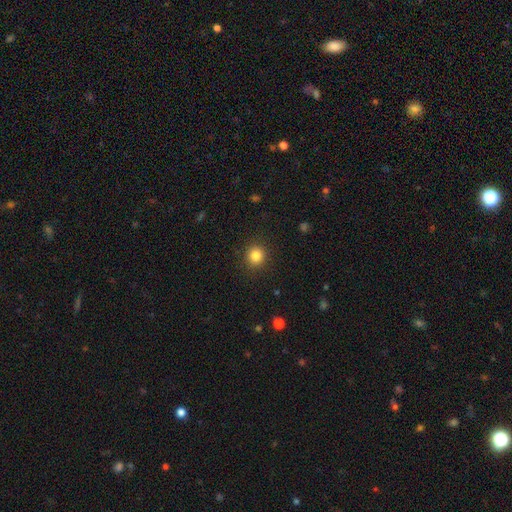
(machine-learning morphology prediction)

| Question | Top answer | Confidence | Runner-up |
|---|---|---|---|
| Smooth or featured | smooth | 84% | star or artifact (12%) |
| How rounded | round | 91% | in between (8%) |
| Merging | none | 91% | minor disturbance (6%) |